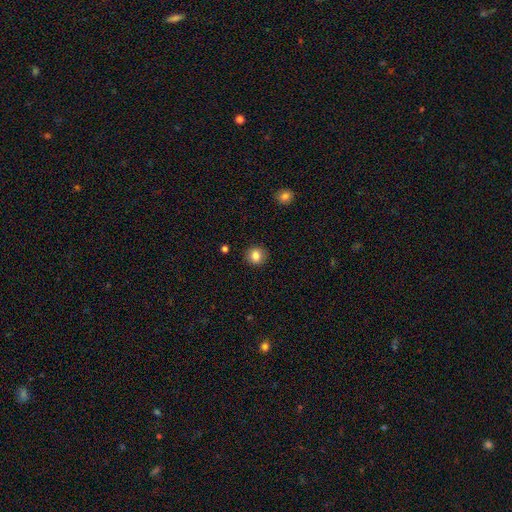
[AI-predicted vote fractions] smooth 84%, star or artifact 10%, featured or disk 6%. Down the decision tree: how rounded — round (87%); merging — none (90%).